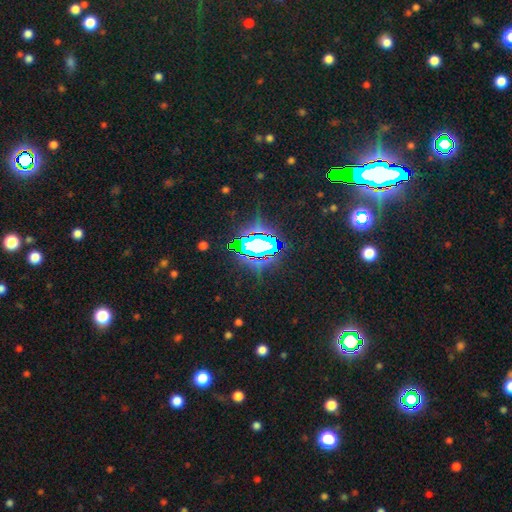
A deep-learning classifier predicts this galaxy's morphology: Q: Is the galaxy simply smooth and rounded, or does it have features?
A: star or artifact — 77%.